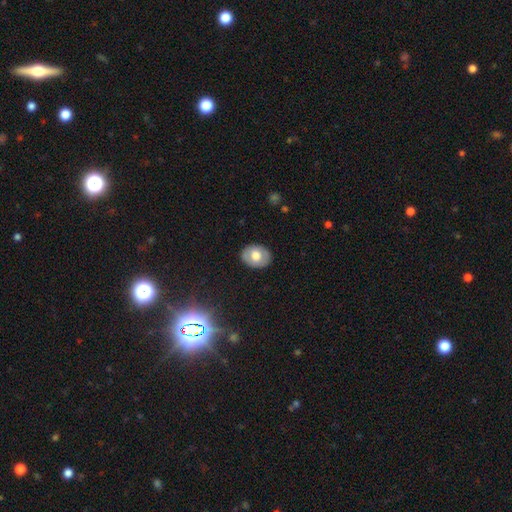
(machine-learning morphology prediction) A smooth galaxy with no disk features (66%) that is in between round and cigar-shaped (60%).

Vote fractions:
- Smooth or featured? smooth: 66% / featured or disk: 26% / star or artifact: 8%
- How rounded? in between: 60% / round: 39% / cigar-shaped: 1%
- Merging? none: 86% / minor disturbance: 10% / major disturbance: 2% / merger: 1%